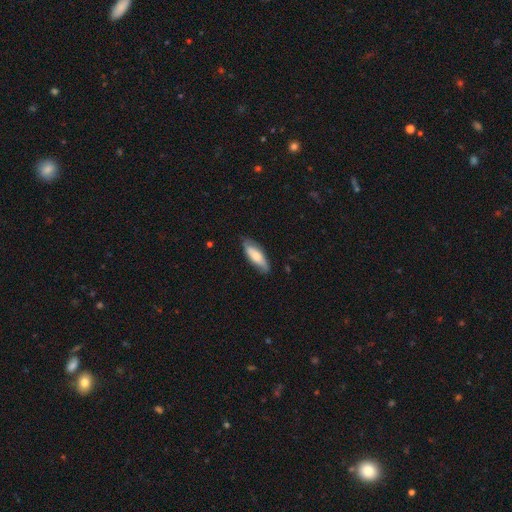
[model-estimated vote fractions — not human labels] The model was most divided on "how rounded": in between: 57%, cigar-shaped: 41%, round: 2%. More confident: merging — none (77%); smooth or featured — smooth (67%).